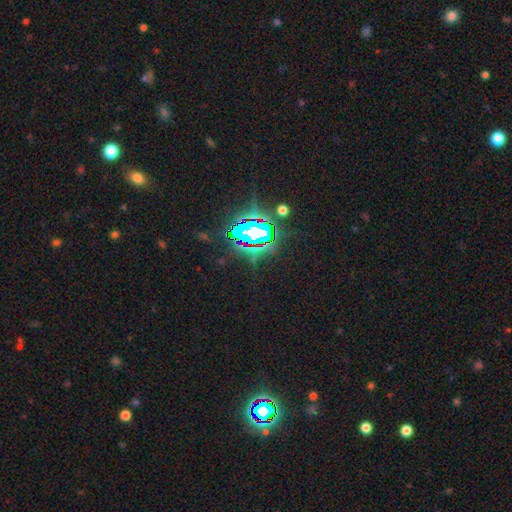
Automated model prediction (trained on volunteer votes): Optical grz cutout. It shows a star or artifact, not a galaxy (81%).